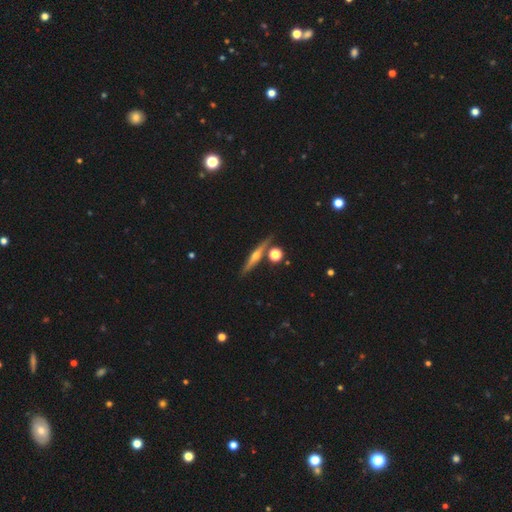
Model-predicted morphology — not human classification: A featured or disk galaxy (66%) viewed edge-on (96%) with a rounded central bulge (87%).

Vote fractions:
- Smooth or featured? featured or disk: 66% / smooth: 26% / star or artifact: 8%
- Edge-on disk? yes: 96% / no: 4%
- Edge-on bulge? rounded: 87% / none: 9% / boxy: 4%
- Merging? none: 81% / minor disturbance: 9% / merger: 7% / major disturbance: 2%